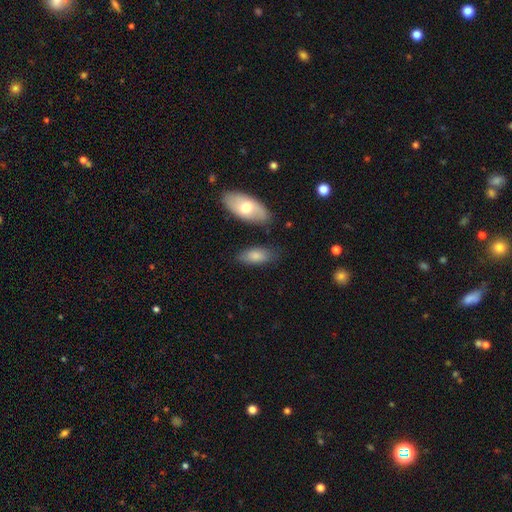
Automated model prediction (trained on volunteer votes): Morphology: type=smooth (80%); roundness=in between (86%); merging=none (75%).